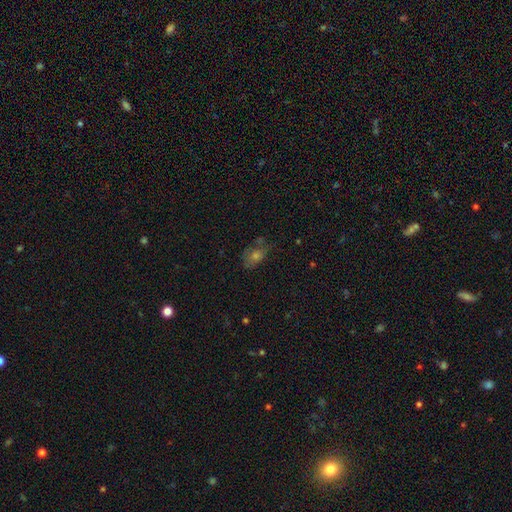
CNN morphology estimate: This appears to be a smooth galaxy with no disk features (51%) that is in between round and cigar-shaped (68%). Merging: none (59%).